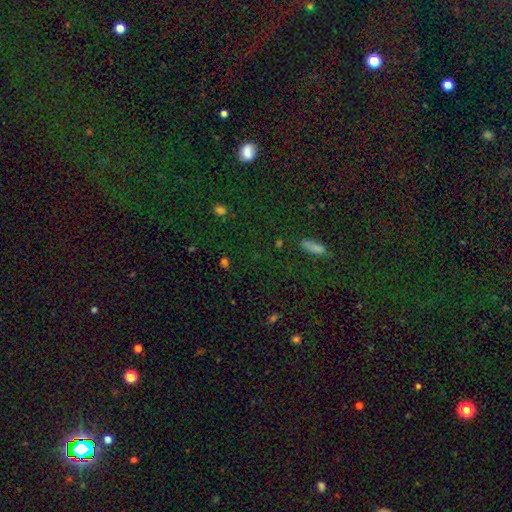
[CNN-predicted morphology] type=star or artifact (52%).